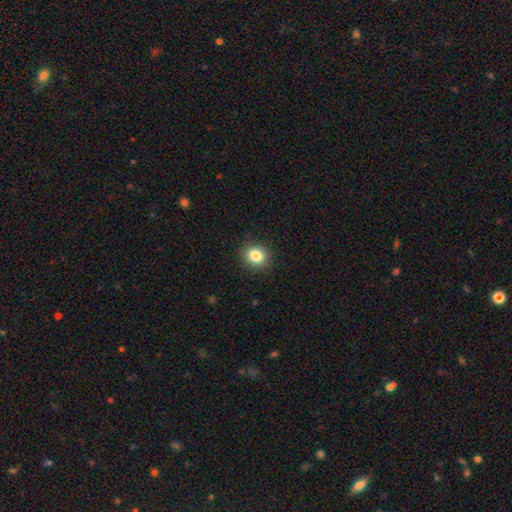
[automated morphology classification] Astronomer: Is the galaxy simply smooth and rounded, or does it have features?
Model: smooth — 84%.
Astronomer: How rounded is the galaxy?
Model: round — 76%.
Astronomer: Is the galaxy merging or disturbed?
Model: none — 90%.